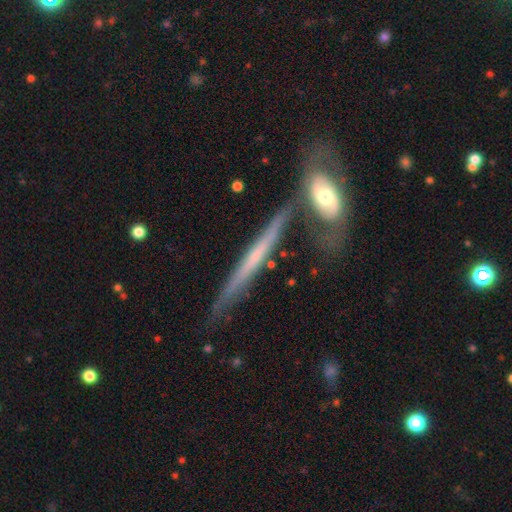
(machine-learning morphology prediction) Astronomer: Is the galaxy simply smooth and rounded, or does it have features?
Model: featured or disk — 63%.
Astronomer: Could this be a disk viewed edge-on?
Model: yes — 91%.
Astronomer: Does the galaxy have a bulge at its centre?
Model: none — 72%.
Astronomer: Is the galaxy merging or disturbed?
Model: none — 70%.